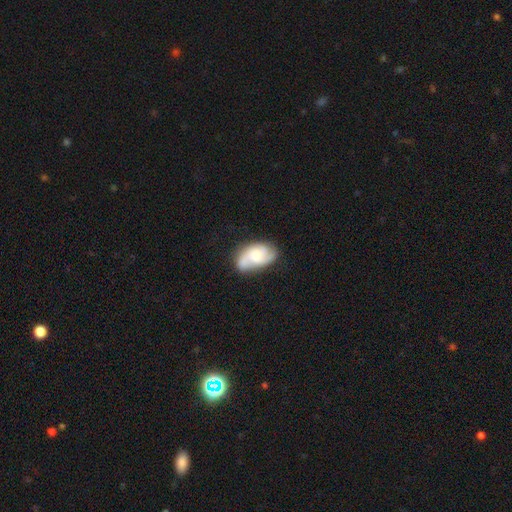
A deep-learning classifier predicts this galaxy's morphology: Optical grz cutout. It shows a featured or disk galaxy (66%) with no bar (68%), 2 (44%) medium (47%) spiral arms (92%) and a moderate central bulge (53%). Merging: none (64%).